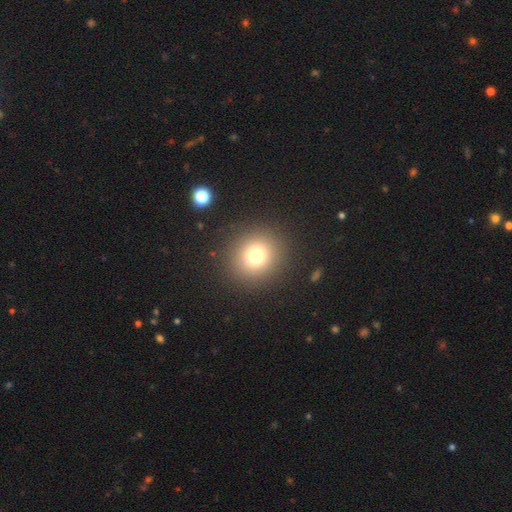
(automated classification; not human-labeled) Smooth or featured? smooth (73%)
How rounded? round (90%)
Merging? none (90%)